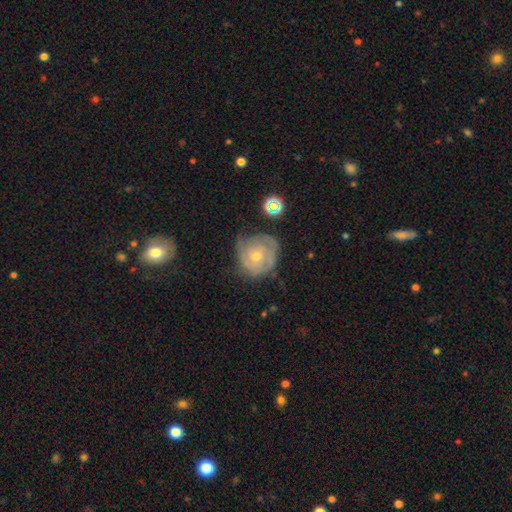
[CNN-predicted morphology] Smooth or featured? featured or disk (72%)
Edge-on disk? no (97%)
Bar? no (80%)
Spiral arms? yes (87%)
Spiral winding? tight (71%)
Spiral arm count? can't tell (39%)
Bulge size? small (52%)
Merging? none (65%)